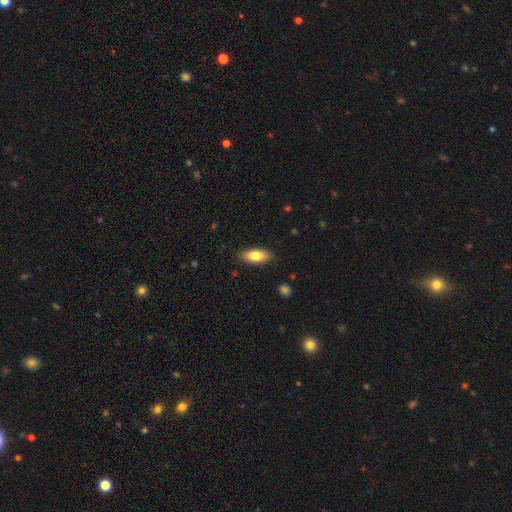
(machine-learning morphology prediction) A smooth galaxy with no disk features (81%) that is in between round and cigar-shaped (85%). Merging: none (87%).